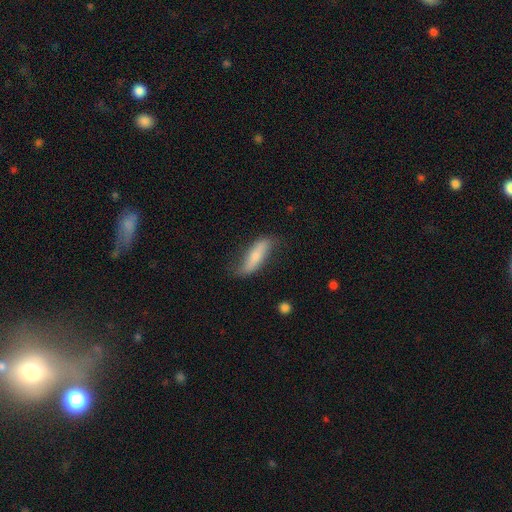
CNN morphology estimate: Overall: smooth (52%; featured or disk 42%). How rounded: cigar-shaped (55%; in between 42%). Merging: none (61%; minor disturbance 28%).